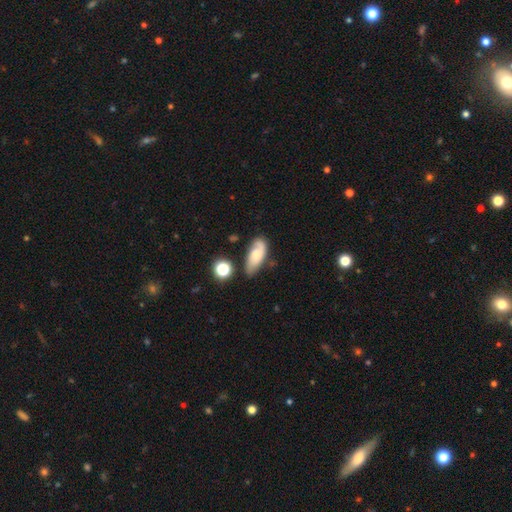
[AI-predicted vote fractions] Smooth or featured: smooth — 52% (featured or disk — 39%)
How rounded: in between — 83% (cigar-shaped — 13%)
Merging: none — 58% (minor disturbance — 26%)